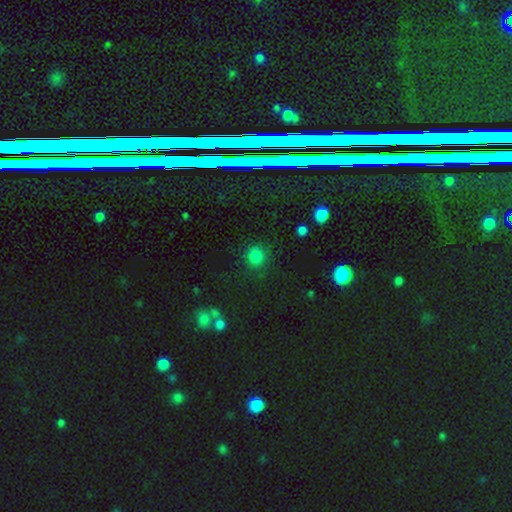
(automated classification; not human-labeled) Morphology: type=smooth (81%); roundness=round (90%); merging=none (85%).